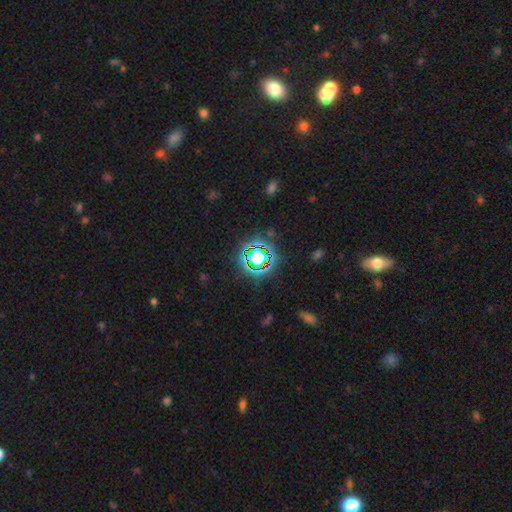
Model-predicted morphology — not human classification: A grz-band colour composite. It shows a star or artifact, not a galaxy (74%).